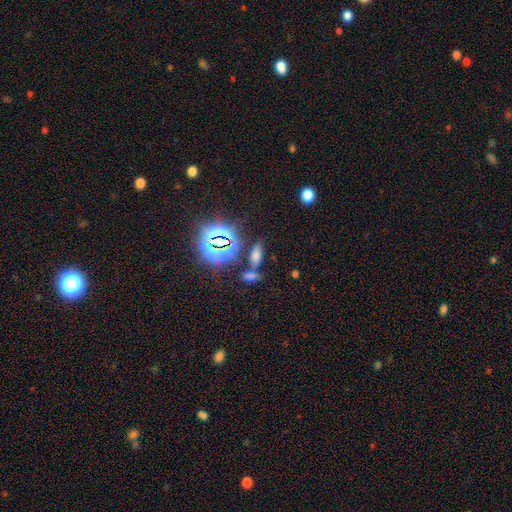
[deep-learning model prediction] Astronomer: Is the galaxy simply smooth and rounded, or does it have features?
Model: smooth — 56% (runner-up: star or artifact, 33%).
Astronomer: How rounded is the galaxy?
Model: in between — 73%.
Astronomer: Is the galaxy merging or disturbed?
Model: none — 64%.